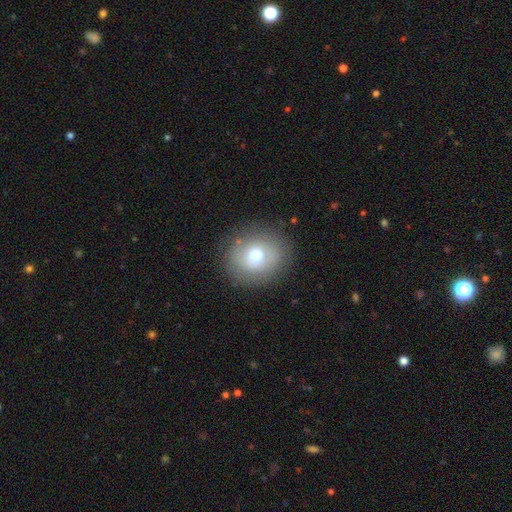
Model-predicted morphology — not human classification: Smooth or featured? smooth (69%)
How rounded? round (80%)
Merging? none (84%)